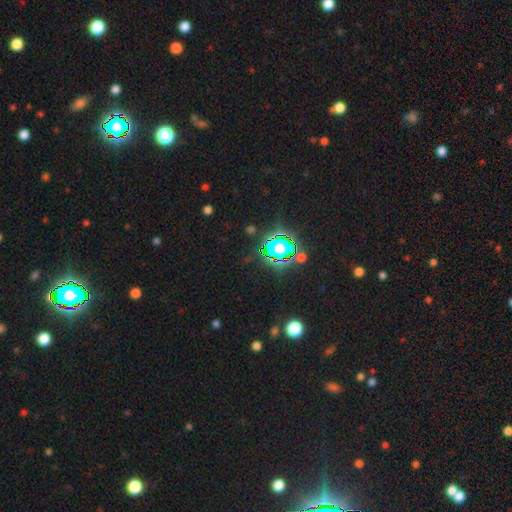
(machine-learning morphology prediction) A star or artifact, not a galaxy (80%).

Vote fractions:
- Smooth or featured? star or artifact: 80% / smooth: 12% / featured or disk: 7%